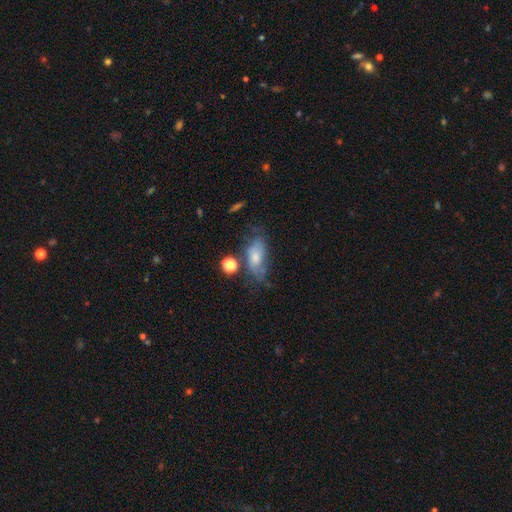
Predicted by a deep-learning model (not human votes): smooth_or_featured: smooth (p=0.53) [alt: featured or disk p=0.35]
how_rounded: in between (p=0.82) [alt: cigar-shaped p=0.10]
merging: none (p=0.43) [alt: minor disturbance p=0.29]